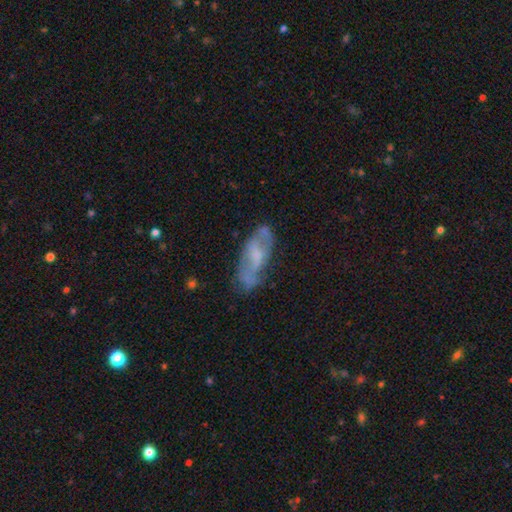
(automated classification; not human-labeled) This appears to be a featured or disk galaxy (57%). Merging: none (54%).